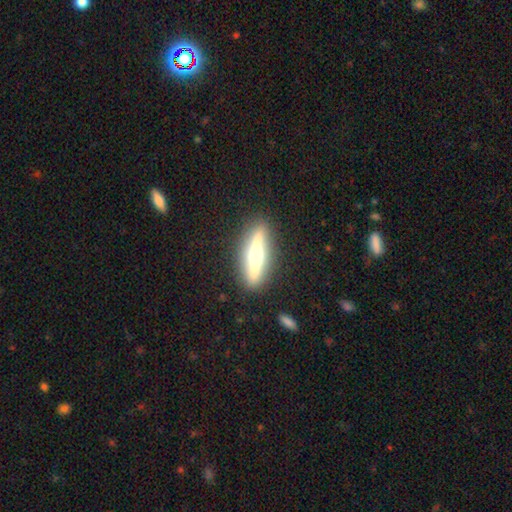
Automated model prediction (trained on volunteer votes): Smooth or featured: featured or disk — 62% (smooth — 32%)
Edge-on disk: yes — 90% (no — 10%)
Edge-on bulge: rounded — 90% (none — 5%)
Merging: none — 88% (minor disturbance — 8%)